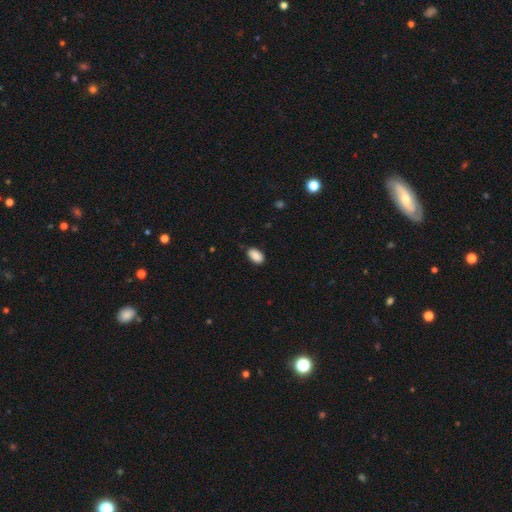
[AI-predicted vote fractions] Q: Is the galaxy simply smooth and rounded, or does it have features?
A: smooth — 90%.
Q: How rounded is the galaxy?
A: in between — 93%.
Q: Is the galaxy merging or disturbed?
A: none — 80%.